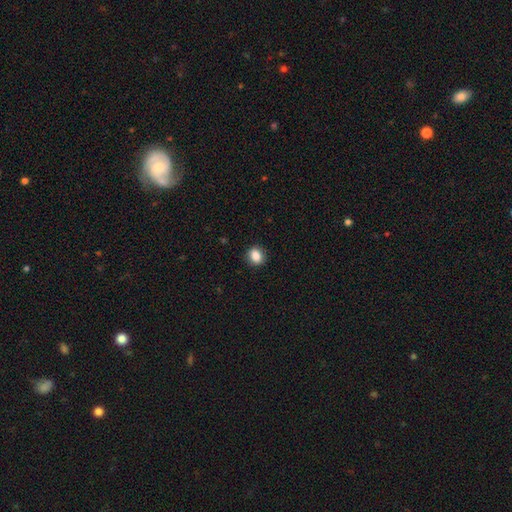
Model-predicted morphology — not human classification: The model was most divided on "how rounded": round: 62%, in between: 37%, cigar-shaped: 1%. More confident: merging — none (88%); smooth or featured — smooth (86%).